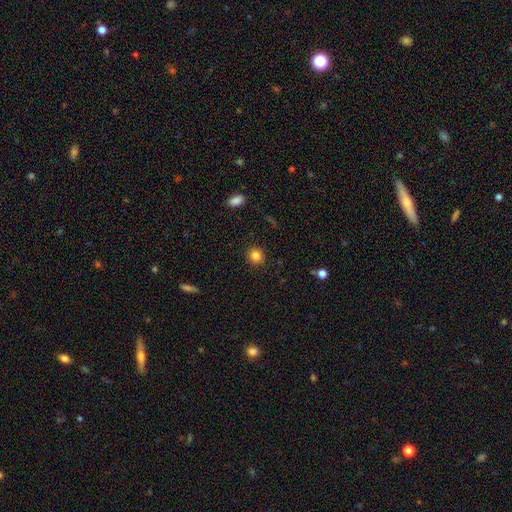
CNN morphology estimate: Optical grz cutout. It shows a smooth galaxy with no disk features (84%) that is round (85%). Merging: none (91%).